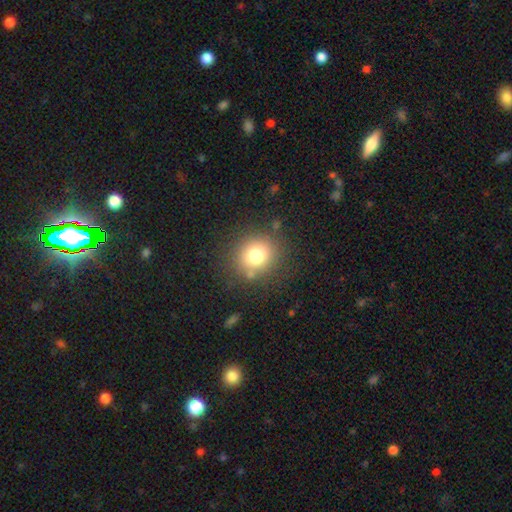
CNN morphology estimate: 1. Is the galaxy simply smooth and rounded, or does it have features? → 77% smooth, 13% star or artifact, 10% featured or disk.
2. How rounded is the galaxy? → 83% round, 16% in between, 1% cigar-shaped.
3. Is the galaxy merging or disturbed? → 82% none, 10% minor disturbance, 5% major disturbance, 4% merger.